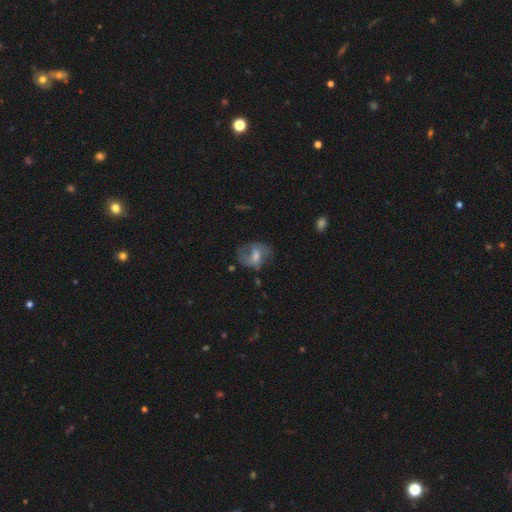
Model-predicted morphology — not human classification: smooth_or_featured: featured or disk (p=0.46) [alt: smooth p=0.45]
merging: none (p=0.49) [alt: minor disturbance p=0.25]